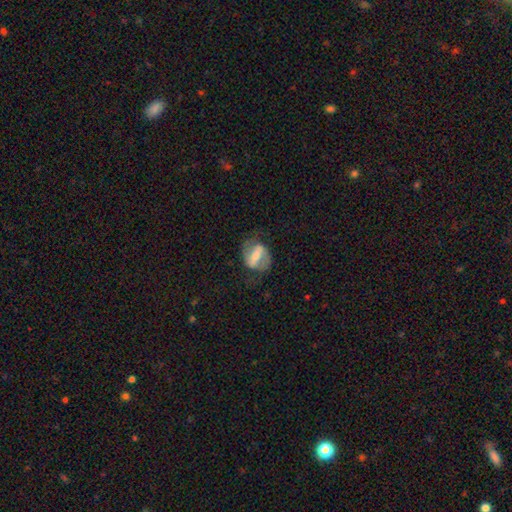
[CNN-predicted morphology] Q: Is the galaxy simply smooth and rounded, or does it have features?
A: featured or disk — 70%.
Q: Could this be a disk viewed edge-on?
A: no — 94%.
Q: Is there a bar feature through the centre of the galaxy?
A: strong — 67%.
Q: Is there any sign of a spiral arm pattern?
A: yes — 71%.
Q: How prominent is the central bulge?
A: moderate — 44%.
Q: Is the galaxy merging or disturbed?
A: none — 66%.